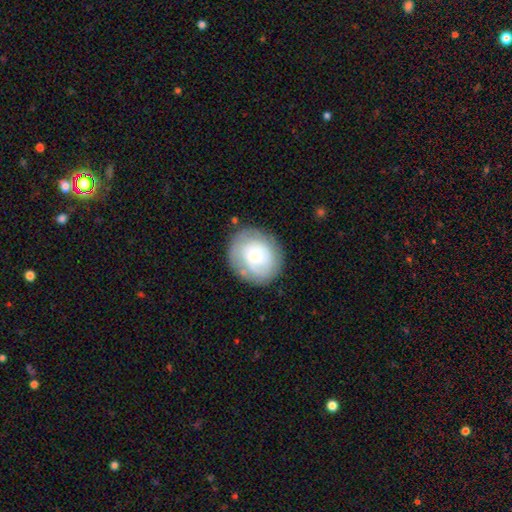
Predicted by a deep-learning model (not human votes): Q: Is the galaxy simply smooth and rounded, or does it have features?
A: smooth — 49%.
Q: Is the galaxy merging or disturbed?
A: none — 76%.